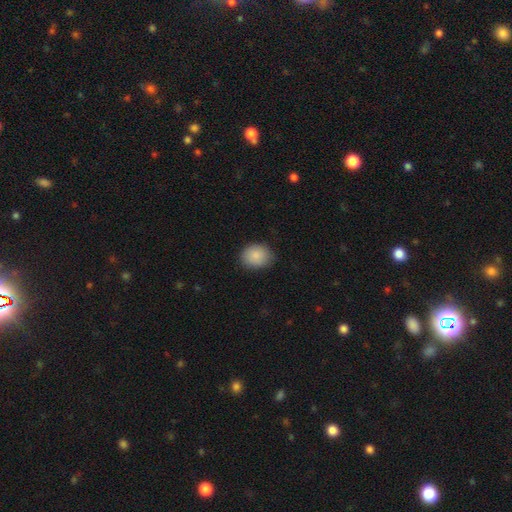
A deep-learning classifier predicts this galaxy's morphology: Q: Smooth or featured?
A: smooth (88%); runner-up: star or artifact (8%)
Q: How rounded?
A: round (58%); runner-up: in between (42%)
Q: Merging?
A: none (82%); runner-up: minor disturbance (14%)